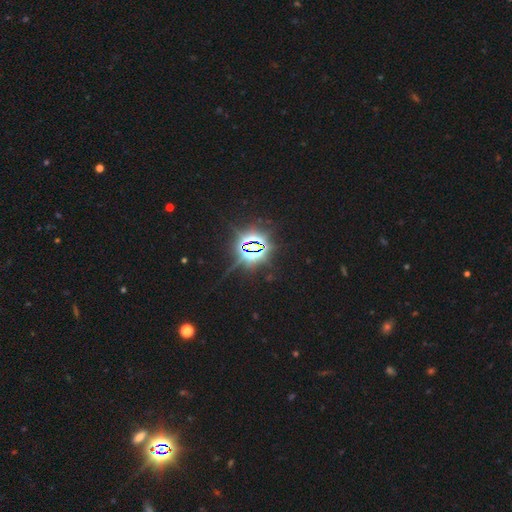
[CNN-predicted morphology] This is clearly a star or artifact rather than a galaxy (86%).